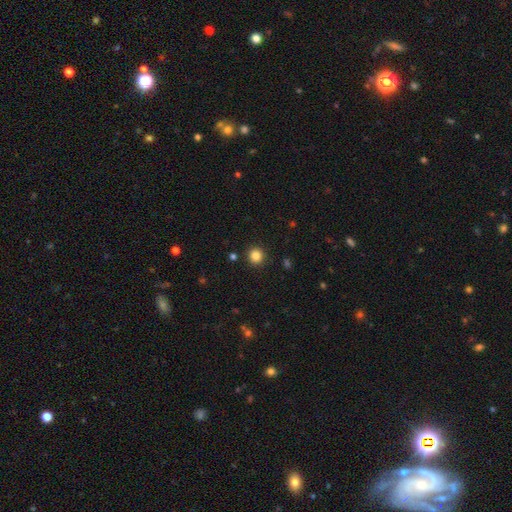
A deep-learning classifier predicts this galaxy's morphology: smooth 84%, star or artifact 12%, featured or disk 4%. Down the decision tree: how rounded — round (93%); merging — none (91%).